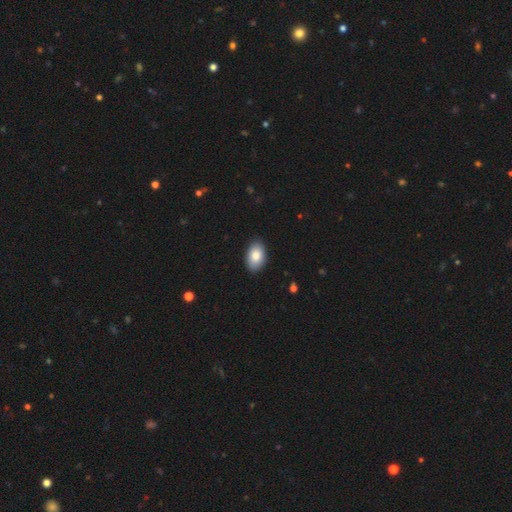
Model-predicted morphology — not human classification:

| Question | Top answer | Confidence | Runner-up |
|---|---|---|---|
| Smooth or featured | smooth | 85% | featured or disk (8%) |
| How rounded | in between | 92% | round (7%) |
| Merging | none | 88% | minor disturbance (9%) |